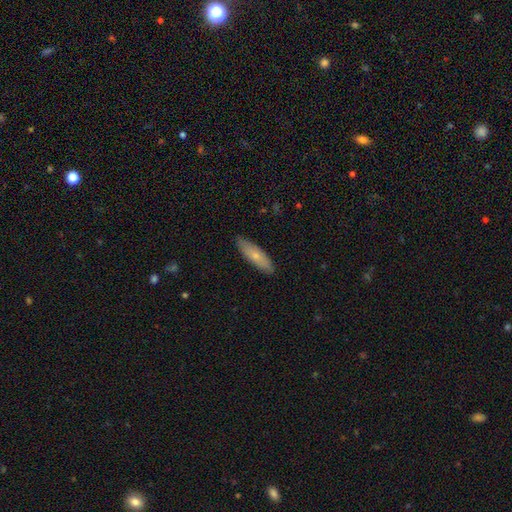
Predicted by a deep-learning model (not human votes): Q: Smooth or featured?
A: smooth (69%); runner-up: featured or disk (25%)
Q: How rounded?
A: cigar-shaped (55%); runner-up: in between (43%)
Q: Merging?
A: none (87%); runner-up: minor disturbance (10%)